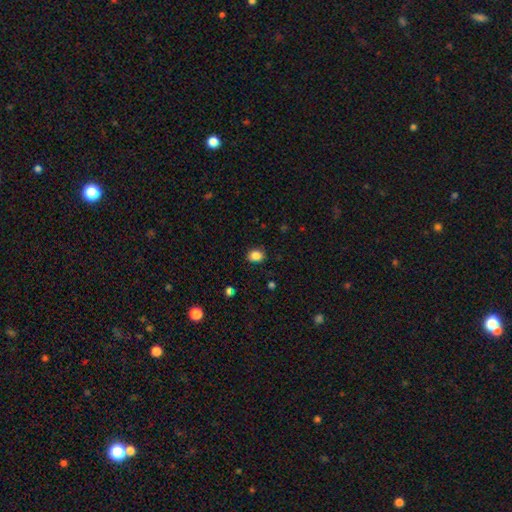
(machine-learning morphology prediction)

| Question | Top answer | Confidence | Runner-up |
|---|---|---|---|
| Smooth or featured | smooth | 85% | star or artifact (11%) |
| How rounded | round | 59% | in between (40%) |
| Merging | none | 87% | minor disturbance (10%) |